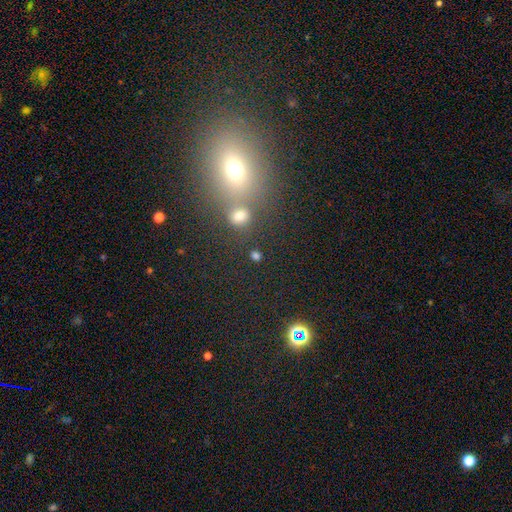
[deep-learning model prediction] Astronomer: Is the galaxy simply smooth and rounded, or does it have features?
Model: smooth — 74%.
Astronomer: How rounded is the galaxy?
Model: round — 72%.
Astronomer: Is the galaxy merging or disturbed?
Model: none — 76%.